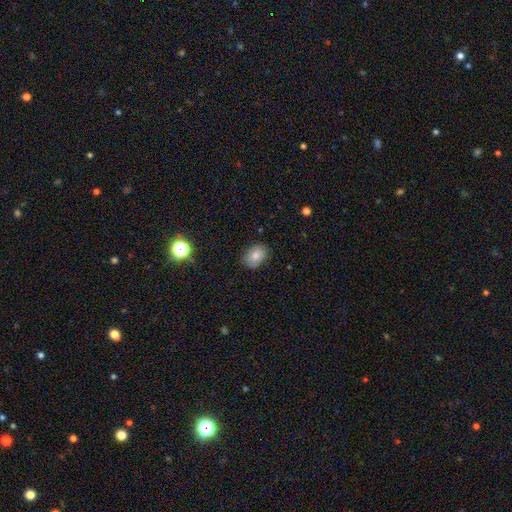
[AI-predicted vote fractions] A smooth galaxy with no disk features (81%) that is in between round and cigar-shaped (73%). Merging: none (82%).